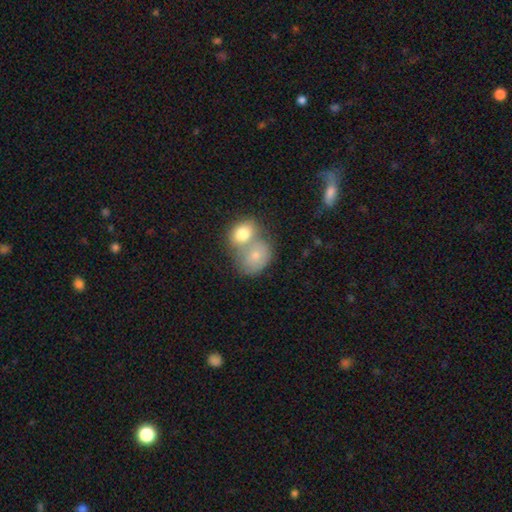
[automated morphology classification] Q: Smooth or featured?
A: smooth (72%); runner-up: featured or disk (20%)
Q: How rounded?
A: round (56%); runner-up: in between (43%)
Q: Merging?
A: merger (66%); runner-up: none (21%)